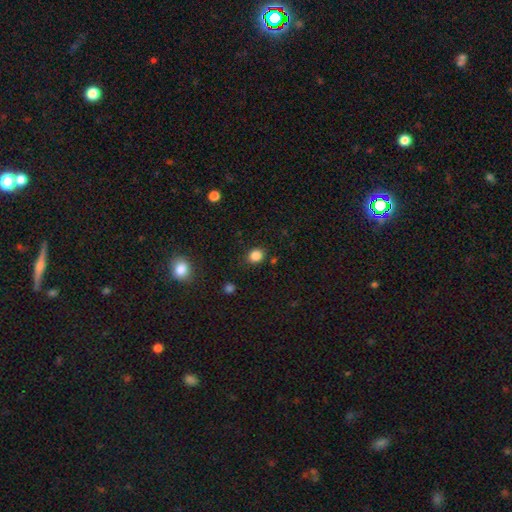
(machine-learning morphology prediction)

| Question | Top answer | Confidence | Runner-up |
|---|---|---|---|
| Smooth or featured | smooth | 85% | star or artifact (12%) |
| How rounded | round | 67% | in between (32%) |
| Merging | none | 82% | minor disturbance (12%) |